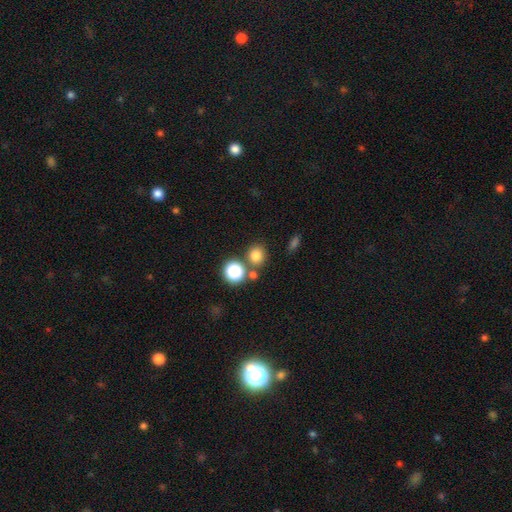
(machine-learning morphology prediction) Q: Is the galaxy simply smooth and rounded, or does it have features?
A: smooth — 77%.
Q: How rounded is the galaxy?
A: round — 80%.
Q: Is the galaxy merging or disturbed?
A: none — 72%.